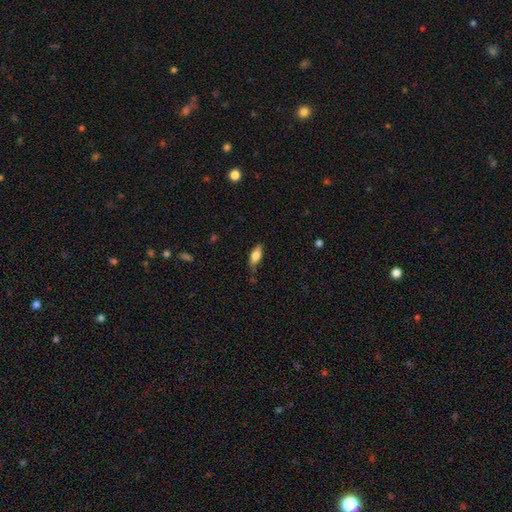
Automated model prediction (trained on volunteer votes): Overall: smooth (74%). How rounded: in between (78%). Merging: none (65%; minor disturbance 26%).